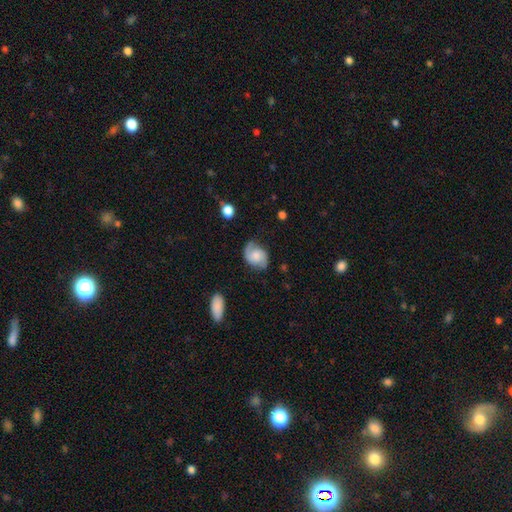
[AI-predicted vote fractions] Overall: featured or disk (62%; smooth 31%). Edge-on disk: no (97%). Bar: no (65%; weak 31%). Spiral arms: yes (92%). Spiral arm count: 2 (83%). Spiral winding: medium (46%; tight 30%). Bulge size: moderate (42%; small 28%). Merging: none (67%).